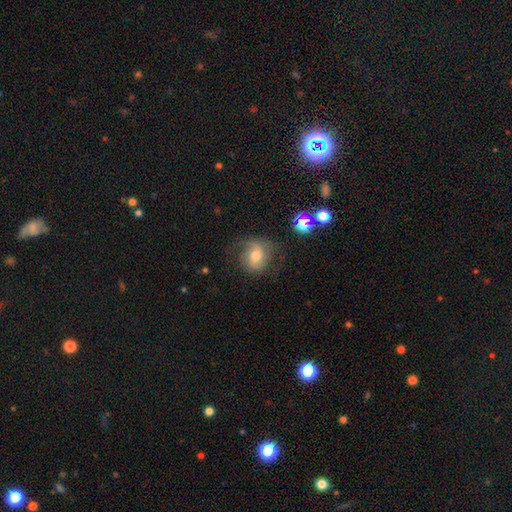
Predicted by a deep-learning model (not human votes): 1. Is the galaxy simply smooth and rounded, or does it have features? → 52% featured or disk, 37% smooth, 11% star or artifact.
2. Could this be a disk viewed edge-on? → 96% no, 4% yes.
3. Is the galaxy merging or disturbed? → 59% none, 22% minor disturbance, 17% major disturbance, 2% merger.